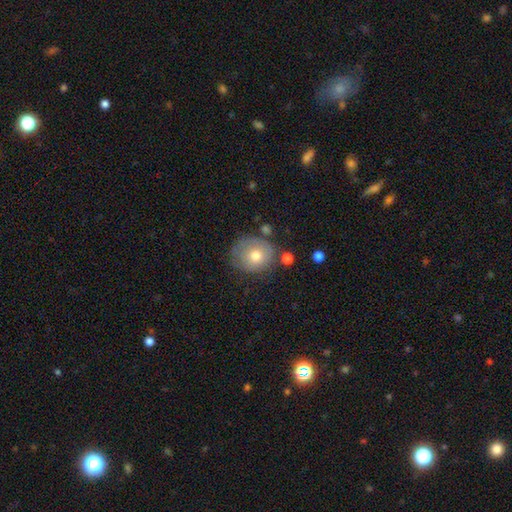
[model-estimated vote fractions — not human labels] Smooth or featured? Predicted: smooth (p=0.67). How rounded? Predicted: round (p=0.74). Merging? Predicted: none (p=0.62).